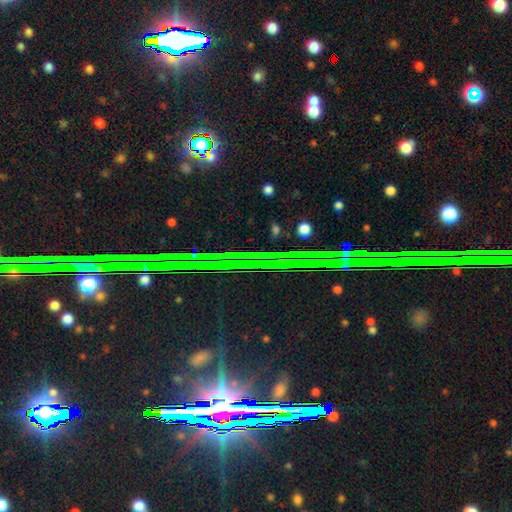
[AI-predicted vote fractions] The model was most divided on "smooth or featured": star or artifact: 86%, featured or disk: 8%, smooth: 6%.